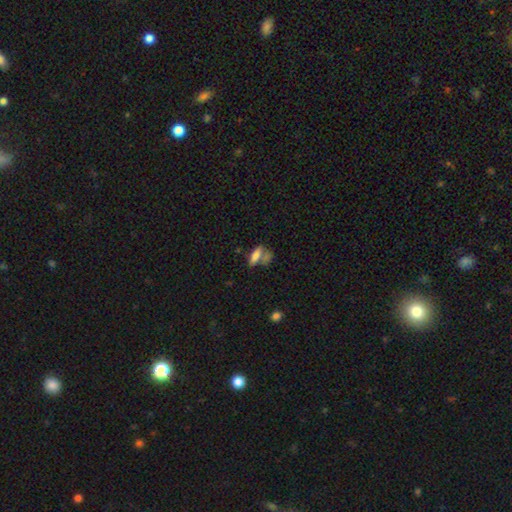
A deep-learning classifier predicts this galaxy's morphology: smooth_or_featured: smooth (p=0.67) [alt: featured or disk p=0.22]
how_rounded: in between (p=0.57) [alt: cigar-shaped p=0.38]
merging: none (p=0.45) [alt: merger p=0.31]